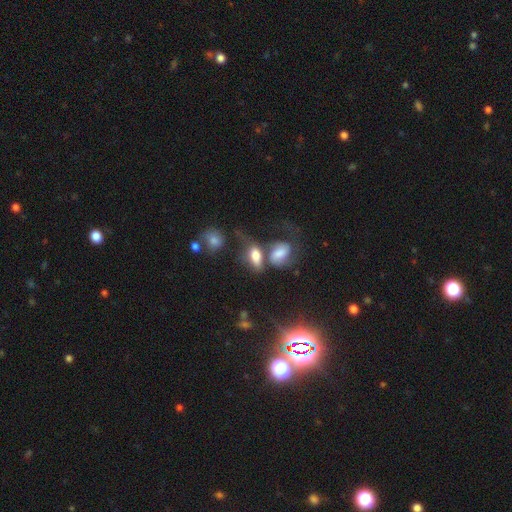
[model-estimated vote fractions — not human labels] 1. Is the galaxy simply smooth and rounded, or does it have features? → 63% smooth, 25% featured or disk, 11% star or artifact.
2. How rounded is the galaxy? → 84% in between, 11% round, 5% cigar-shaped.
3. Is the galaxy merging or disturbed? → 51% merger, 23% none, 13% major disturbance, 12% minor disturbance.